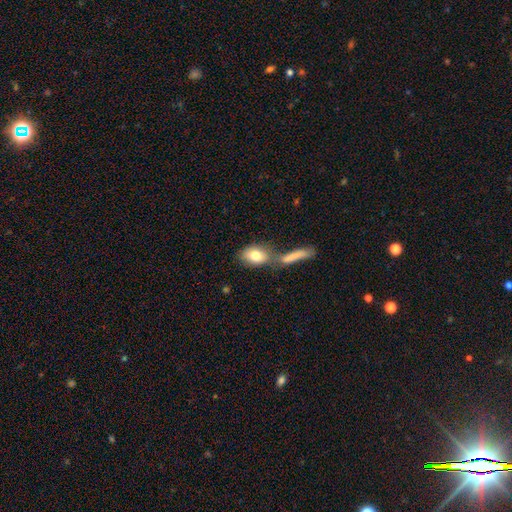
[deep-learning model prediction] A smooth galaxy with no disk features (80%) that is in between round and cigar-shaped (81%).

Vote fractions:
- Smooth or featured? smooth: 80% / featured or disk: 13% / star or artifact: 7%
- How rounded? in between: 81% / round: 13% / cigar-shaped: 5%
- Merging? none: 50% / merger: 31% / minor disturbance: 13% / major disturbance: 6%